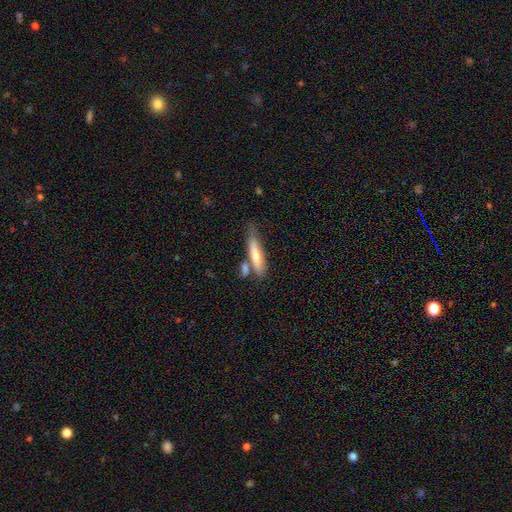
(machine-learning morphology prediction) smooth-or-featured: smooth: 59% | featured or disk: 34% | star or artifact: 6%
  how-rounded: cigar-shaped: 80% | in between: 18% | round: 2%
  merging: none: 55% | minor disturbance: 22% | merger: 16% | major disturbance: 7%